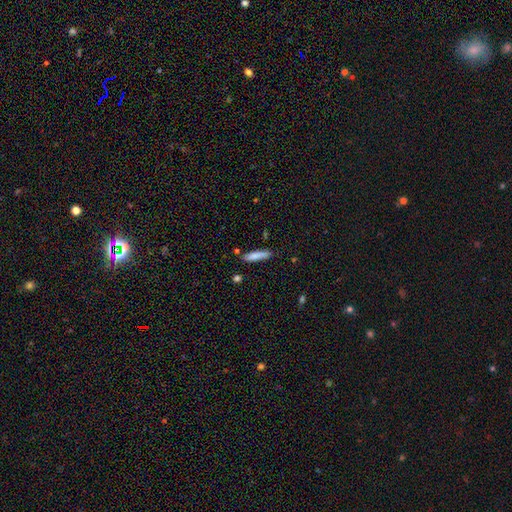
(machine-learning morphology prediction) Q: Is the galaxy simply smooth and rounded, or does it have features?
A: smooth — 81%.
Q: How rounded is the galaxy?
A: cigar-shaped — 82%.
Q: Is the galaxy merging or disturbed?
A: none — 80%.